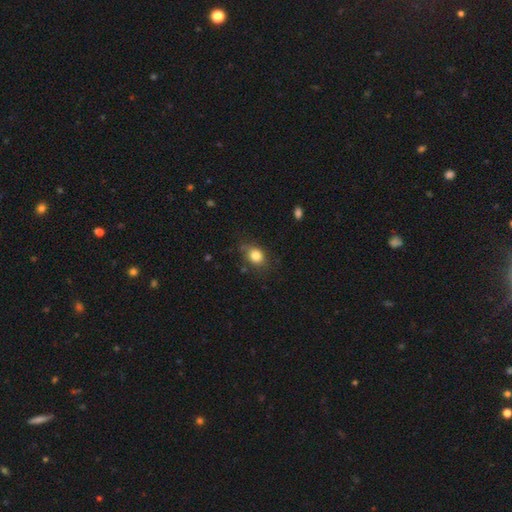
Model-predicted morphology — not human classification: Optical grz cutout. It shows a smooth galaxy with no disk features (83%) that is in between round and cigar-shaped (54%). Merging: none (71%).